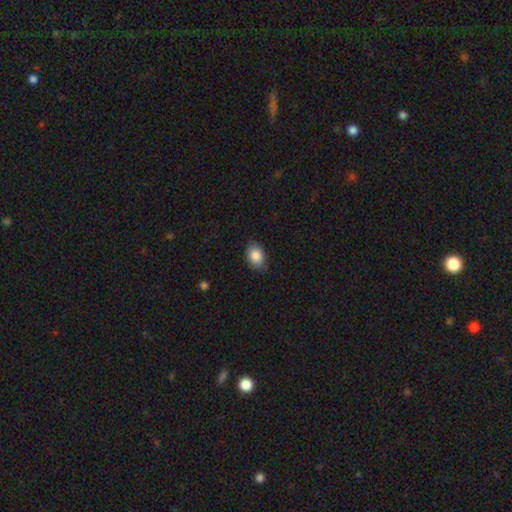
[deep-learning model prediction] This appears to be a smooth galaxy with no disk features (85%) that is in between round and cigar-shaped (80%). Merging: none (80%).